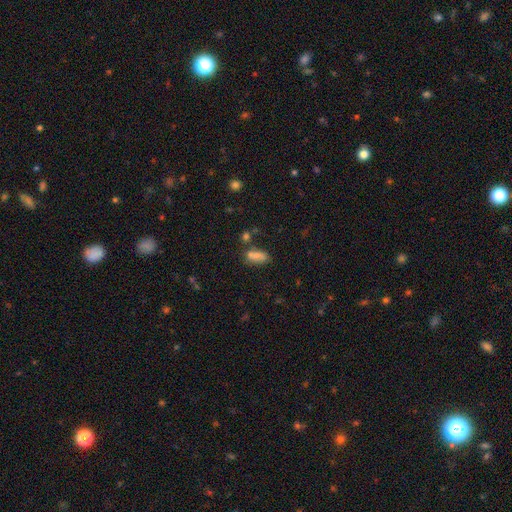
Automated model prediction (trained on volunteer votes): Smooth or featured? smooth (77%)
How rounded? in between (80%)
Merging? none (50%)